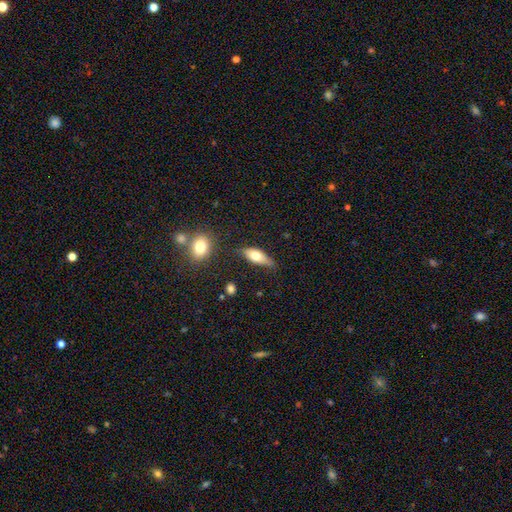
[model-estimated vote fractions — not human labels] Smooth or featured? smooth (64%)
How rounded? in between (72%)
Merging? none (68%)